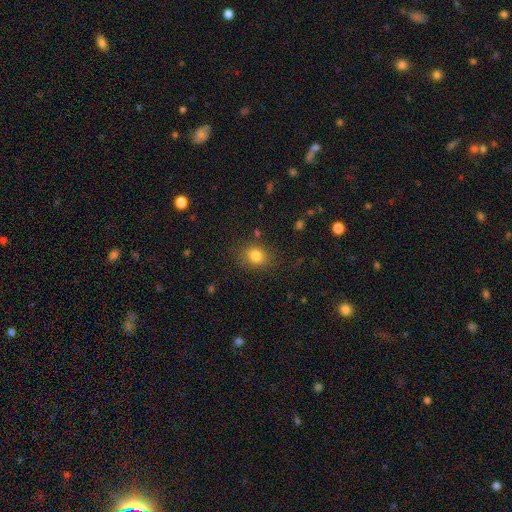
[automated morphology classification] This appears to be a smooth galaxy with no disk features (81%) that is round (61%). Merging: none (81%).